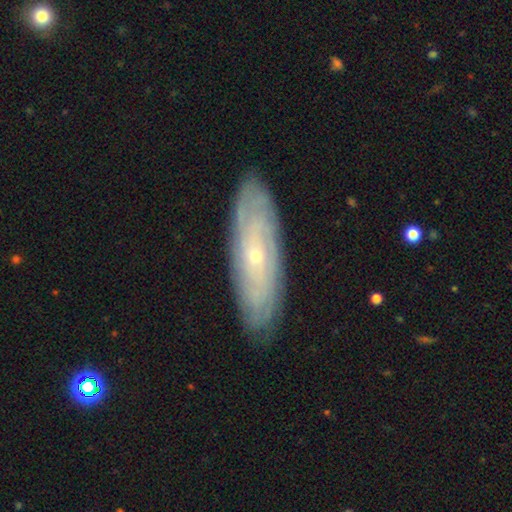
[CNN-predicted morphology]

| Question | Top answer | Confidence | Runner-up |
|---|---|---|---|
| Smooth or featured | featured or disk | 75% | smooth (18%) |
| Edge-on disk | no | 80% | yes (20%) |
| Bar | no | 78% | weak (18%) |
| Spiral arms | yes | 88% | no (12%) |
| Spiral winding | tight | 79% | medium (16%) |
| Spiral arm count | can't tell | 63% | 2 (10%) |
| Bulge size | small | 80% | moderate (17%) |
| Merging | none | 87% | minor disturbance (10%) |